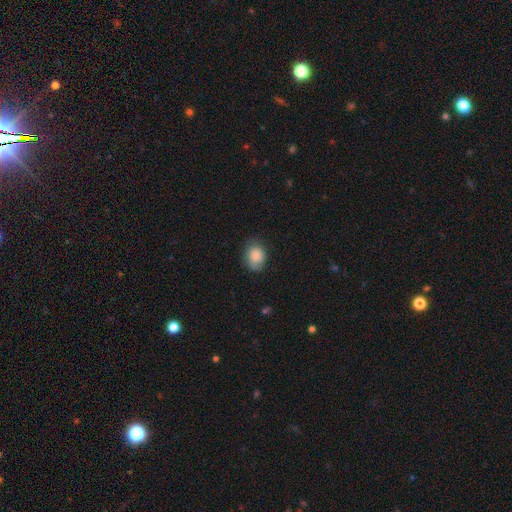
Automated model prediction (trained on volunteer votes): Smooth or featured?
  - smooth: 84% *
  - featured or disk: 8%
  - star or artifact: 8%
How rounded?
  - in between: 50% *
  - round: 49%
  - cigar-shaped: 1%
Merging?
  - none: 73% *
  - minor disturbance: 22%
  - major disturbance: 5%
  - merger: 1%